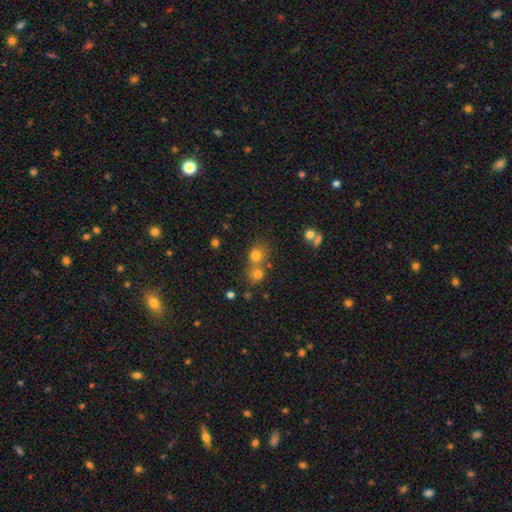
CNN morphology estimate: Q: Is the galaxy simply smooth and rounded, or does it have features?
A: smooth — 73%.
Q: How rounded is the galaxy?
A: round — 80%.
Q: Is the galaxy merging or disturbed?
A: merger — 45%.